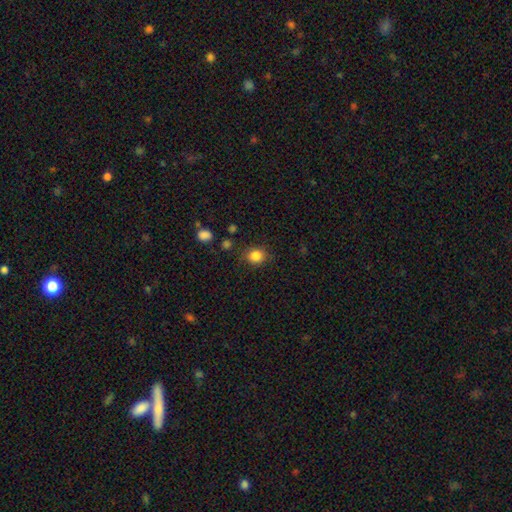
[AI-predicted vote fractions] This appears to be a smooth galaxy with no disk features (85%) that is round (76%). Merging: none (83%).